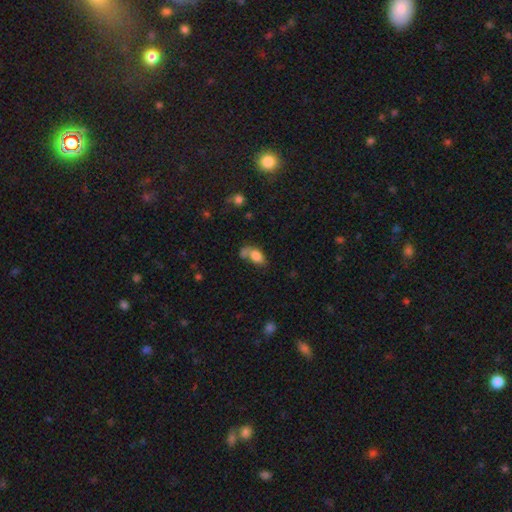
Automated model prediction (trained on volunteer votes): smooth 79%, featured or disk 12%, star or artifact 9%. Down the decision tree: how rounded — in between (87%); merging — merger (37%).